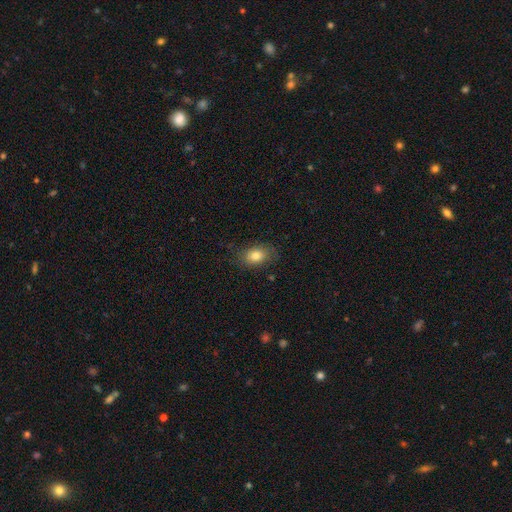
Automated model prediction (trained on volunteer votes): Overall: smooth (81%). How rounded: in between (80%). Merging: none (80%).